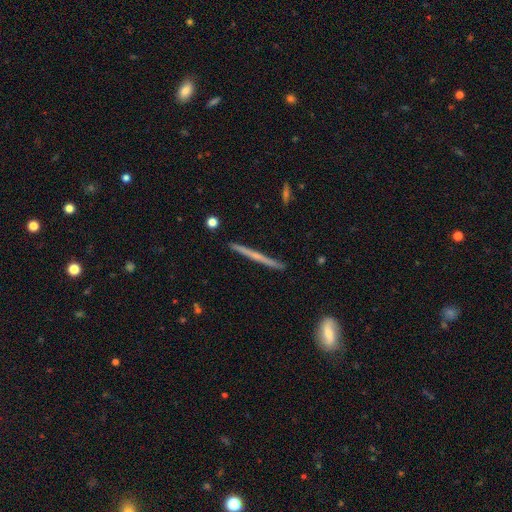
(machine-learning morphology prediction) A featured or disk galaxy (62%) viewed edge-on (98%) with no central bulge (70%). Merging: none (91%).